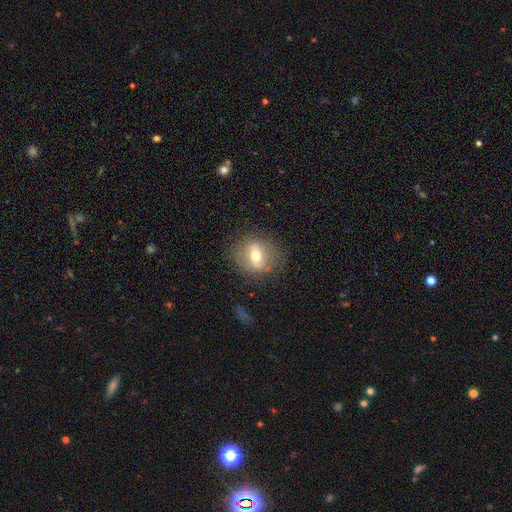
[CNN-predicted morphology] Smooth or featured? smooth (48%)
Merging? none (79%)